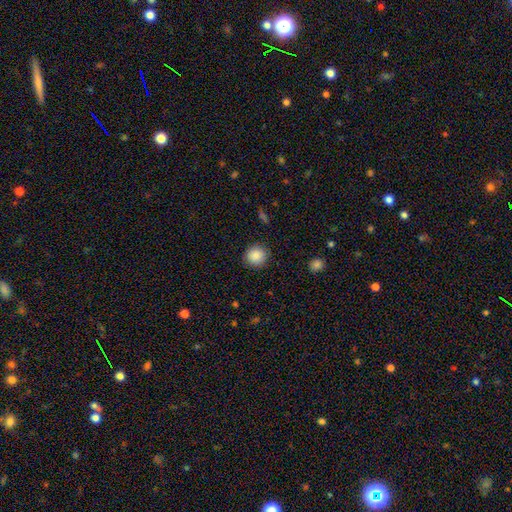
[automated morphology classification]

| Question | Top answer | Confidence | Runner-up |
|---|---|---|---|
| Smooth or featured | smooth | 88% | star or artifact (9%) |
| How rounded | round | 90% | in between (9%) |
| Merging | none | 90% | minor disturbance (7%) |